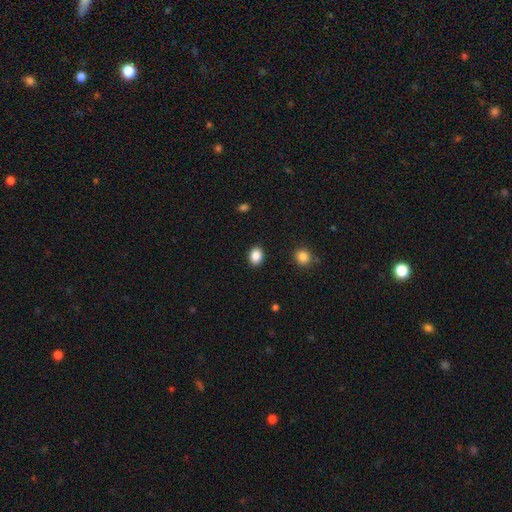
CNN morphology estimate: A smooth galaxy with no disk features (87%) that is in between round and cigar-shaped (61%).

Vote fractions:
- Smooth or featured? smooth: 87% / star or artifact: 9% / featured or disk: 4%
- How rounded? in between: 61% / round: 38% / cigar-shaped: 1%
- Merging? none: 90% / minor disturbance: 7% / major disturbance: 2% / merger: 1%